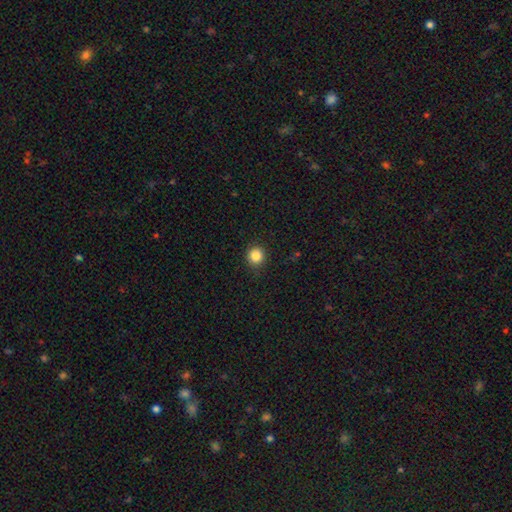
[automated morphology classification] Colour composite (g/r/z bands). It shows a smooth galaxy with no disk features (85%) that is round (93%). Merging: none (90%).